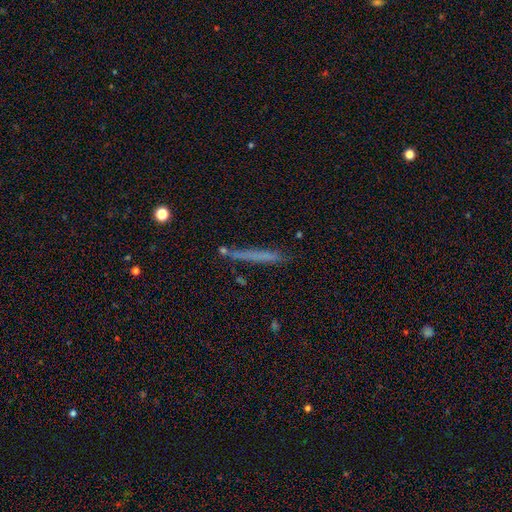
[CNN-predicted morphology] This is possibly a smooth galaxy (57%). How rounded: clearly cigar-shaped (96%). Merging: clearly none (83%).